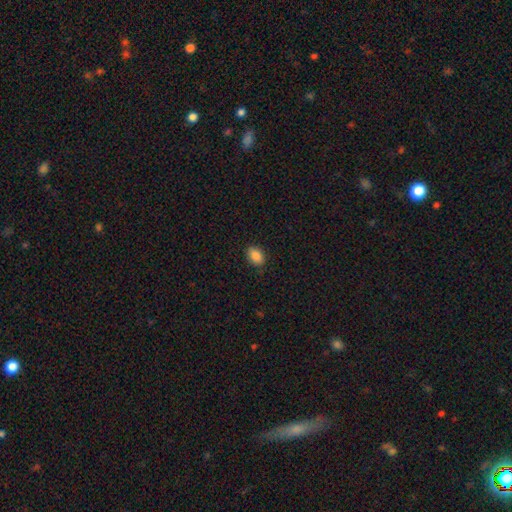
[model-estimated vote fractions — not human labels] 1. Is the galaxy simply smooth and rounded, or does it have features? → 87% smooth, 8% star or artifact, 4% featured or disk.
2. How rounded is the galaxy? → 80% in between, 19% round, 1% cigar-shaped.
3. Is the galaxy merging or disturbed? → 87% none, 10% minor disturbance, 2% major disturbance, 1% merger.